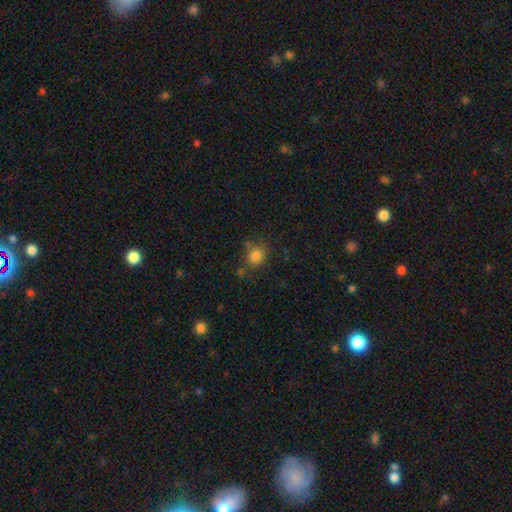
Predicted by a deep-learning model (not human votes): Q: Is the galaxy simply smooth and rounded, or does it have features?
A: smooth — 81%.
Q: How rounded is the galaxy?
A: round — 79%.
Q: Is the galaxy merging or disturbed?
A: none — 69%.